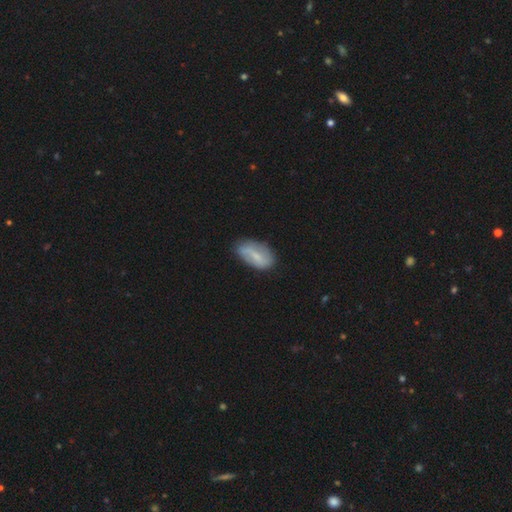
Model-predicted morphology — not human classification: Smooth or featured: smooth — 49% (featured or disk — 44%)
Merging: none — 66% (minor disturbance — 25%)